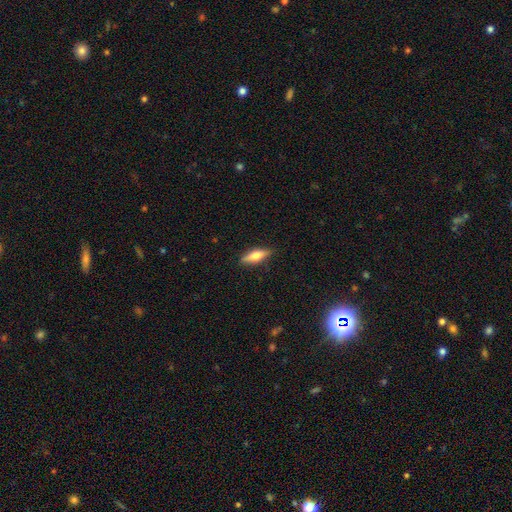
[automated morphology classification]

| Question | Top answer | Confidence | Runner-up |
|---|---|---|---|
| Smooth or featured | smooth | 57% | featured or disk (37%) |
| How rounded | cigar-shaped | 49% | in between (48%) |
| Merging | none | 86% | minor disturbance (11%) |